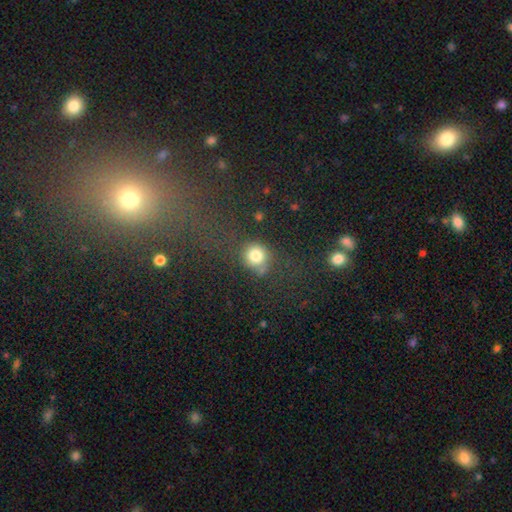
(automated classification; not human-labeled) Smooth or featured? smooth (79%)
How rounded? round (81%)
Merging? none (68%)